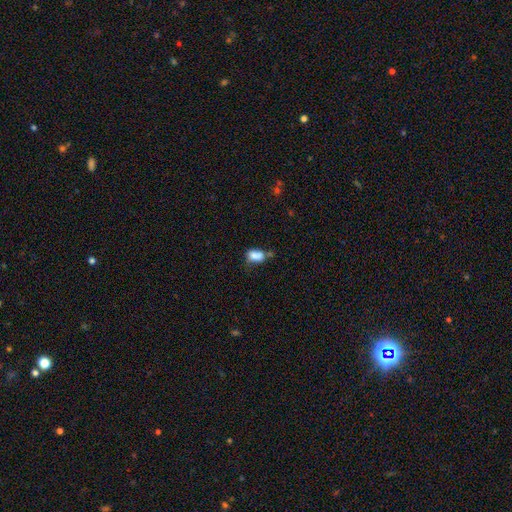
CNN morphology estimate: Smooth or featured?
  - smooth: 80% *
  - star or artifact: 11%
  - featured or disk: 10%
How rounded?
  - in between: 84% *
  - round: 13%
  - cigar-shaped: 3%
Merging?
  - none: 35% *
  - minor disturbance: 27%
  - merger: 25%
  - major disturbance: 14%